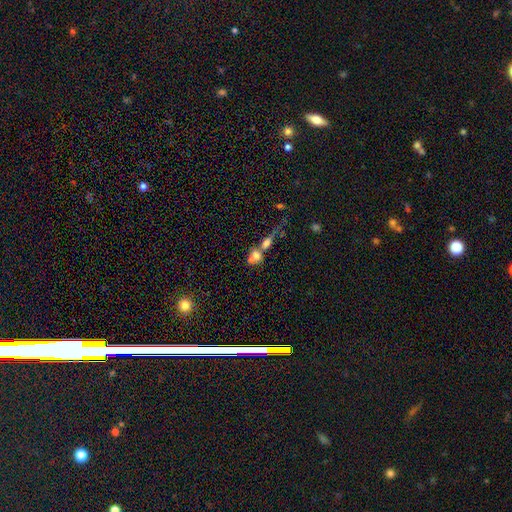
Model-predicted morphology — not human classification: Q: Smooth or featured?
A: smooth (58%); runner-up: featured or disk (28%)
Q: How rounded?
A: round (46%); runner-up: in between (43%)
Q: Merging?
A: merger (66%); runner-up: none (21%)